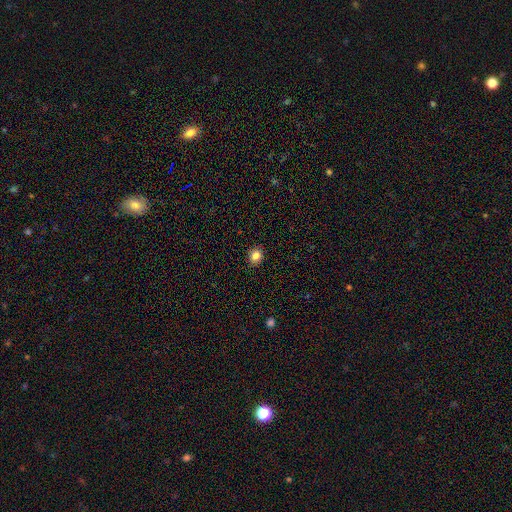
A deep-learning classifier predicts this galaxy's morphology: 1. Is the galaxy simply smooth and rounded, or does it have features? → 83% smooth, 11% star or artifact, 6% featured or disk.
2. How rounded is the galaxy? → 71% round, 28% in between, 1% cigar-shaped.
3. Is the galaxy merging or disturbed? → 91% none, 7% minor disturbance, 2% major disturbance, 1% merger.